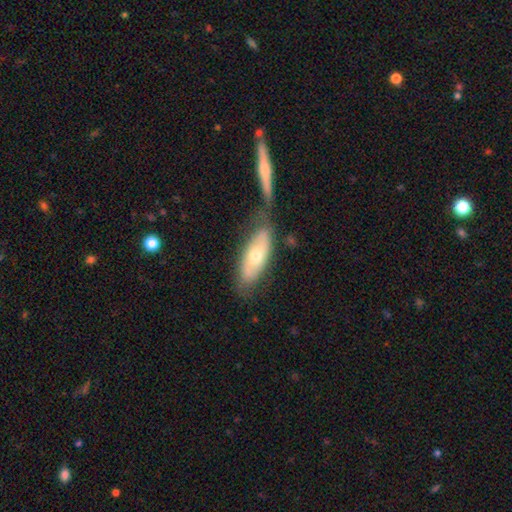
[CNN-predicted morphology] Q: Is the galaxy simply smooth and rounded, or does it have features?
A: smooth — 54%.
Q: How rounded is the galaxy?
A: in between — 71%.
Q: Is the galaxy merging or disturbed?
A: none — 53%.